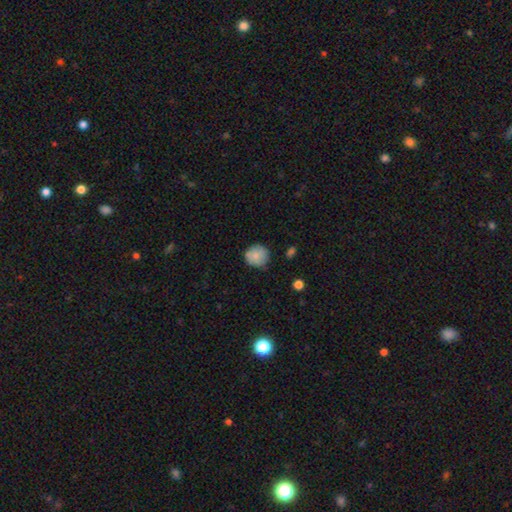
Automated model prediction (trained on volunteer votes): Smooth or featured?
  - smooth: 79% *
  - featured or disk: 14%
  - star or artifact: 8%
How rounded?
  - round: 89% *
  - in between: 10%
  - cigar-shaped: 1%
Merging?
  - none: 72% *
  - minor disturbance: 22%
  - major disturbance: 4%
  - merger: 2%